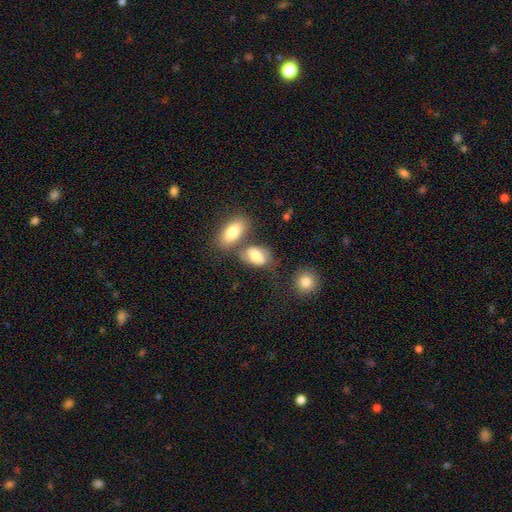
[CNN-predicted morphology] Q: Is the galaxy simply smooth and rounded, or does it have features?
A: smooth — 67%.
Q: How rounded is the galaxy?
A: in between — 89%.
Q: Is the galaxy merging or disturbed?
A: none — 48%.